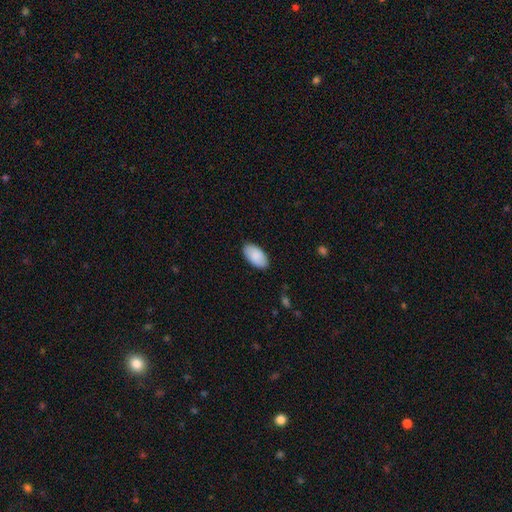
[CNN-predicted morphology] Smooth or featured?
  - smooth: 89% *
  - featured or disk: 6%
  - star or artifact: 5%
How rounded?
  - in between: 96% *
  - round: 2%
  - cigar-shaped: 2%
Merging?
  - none: 87% *
  - minor disturbance: 10%
  - major disturbance: 2%
  - merger: 1%